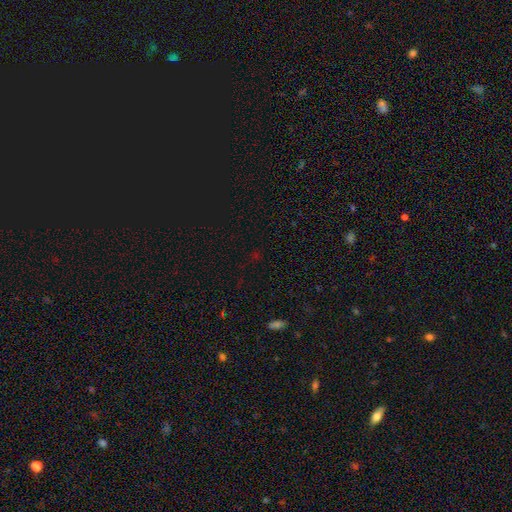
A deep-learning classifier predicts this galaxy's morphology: smooth-or-featured: star or artifact: 66% | smooth: 26% | featured or disk: 7%